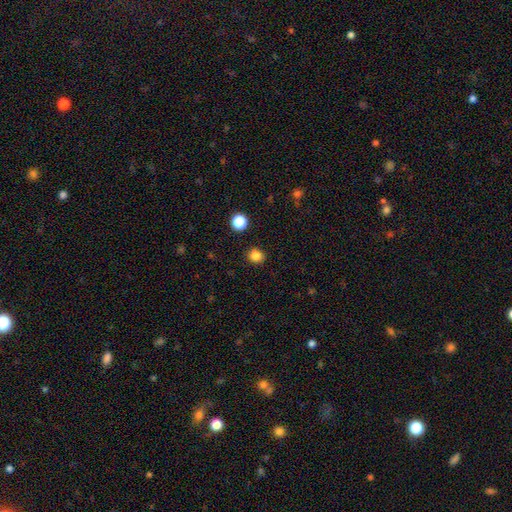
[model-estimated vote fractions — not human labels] Smooth or featured? smooth (84%)
How rounded? round (79%)
Merging? none (89%)